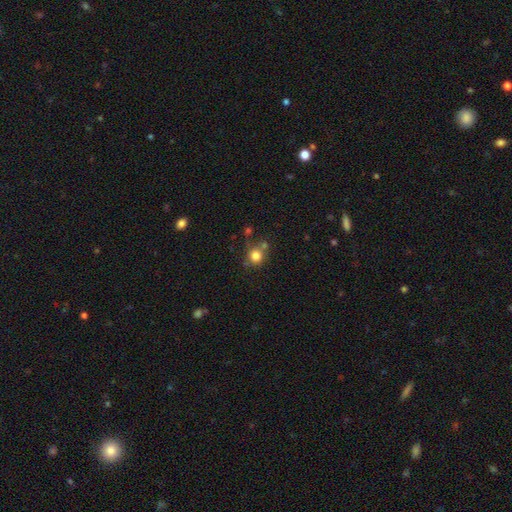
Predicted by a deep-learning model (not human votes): smooth 81%, star or artifact 12%, featured or disk 7%. Down the decision tree: how rounded — round (88%); merging — none (63%).